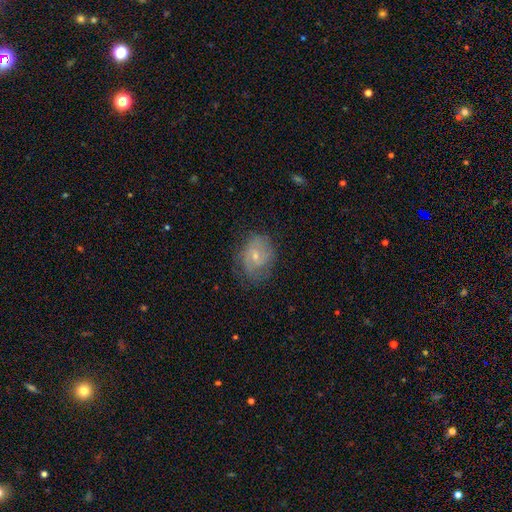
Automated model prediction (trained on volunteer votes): This is likely a featured or disk galaxy (61%). It is clearly not viewed edge-on (97%). Bar: possibly no (53%). Spiral arm pattern: clearly yes (81%). Central bulge: likely small (65%). Merging: likely none (64%).